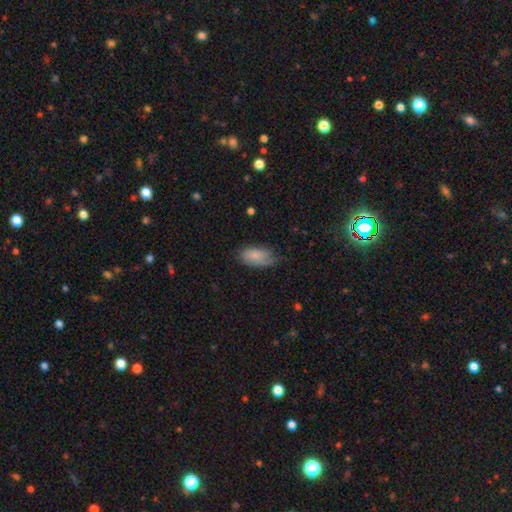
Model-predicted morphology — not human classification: Smooth or featured?
  - smooth: 81% *
  - featured or disk: 12%
  - star or artifact: 7%
How rounded?
  - in between: 94% *
  - round: 4%
  - cigar-shaped: 3%
Merging?
  - none: 52% *
  - minor disturbance: 37%
  - major disturbance: 10%
  - merger: 1%